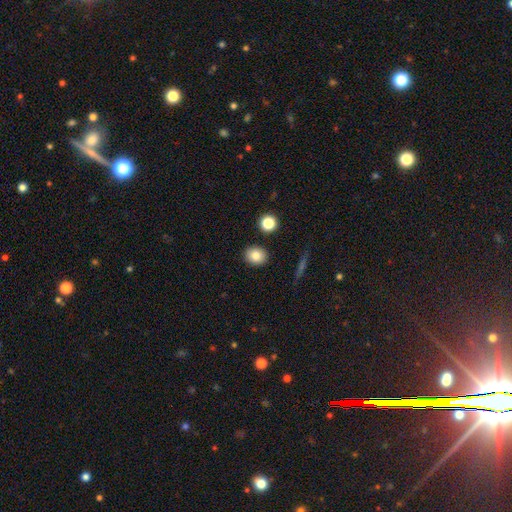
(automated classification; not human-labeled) Q: Smooth or featured?
A: smooth (82%); runner-up: star or artifact (10%)
Q: How rounded?
A: round (66%); runner-up: in between (33%)
Q: Merging?
A: none (88%); runner-up: minor disturbance (7%)